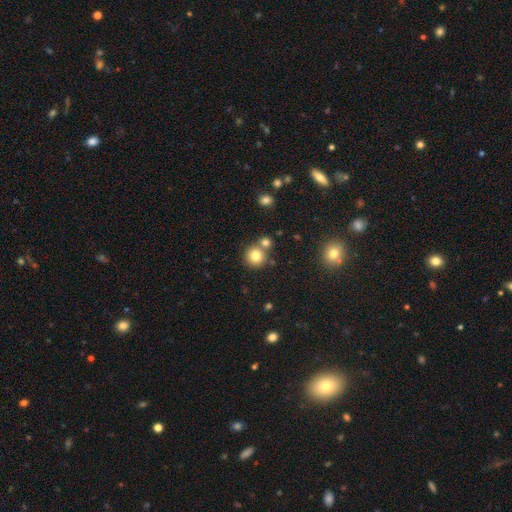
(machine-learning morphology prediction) Smooth or featured: smooth — 79% (star or artifact — 12%)
How rounded: round — 91% (in between — 8%)
Merging: none — 66% (merger — 24%)